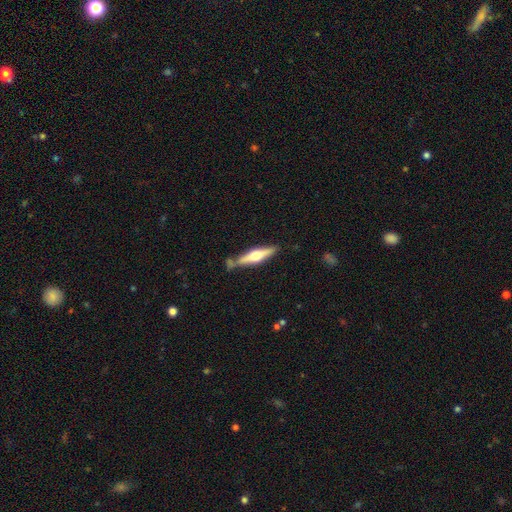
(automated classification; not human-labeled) Smooth or featured? Predicted: featured or disk (p=0.64). Edge-on disk? Predicted: yes (p=0.96). Edge-on bulge? Predicted: rounded (p=0.93). Merging? Predicted: none (p=0.75).